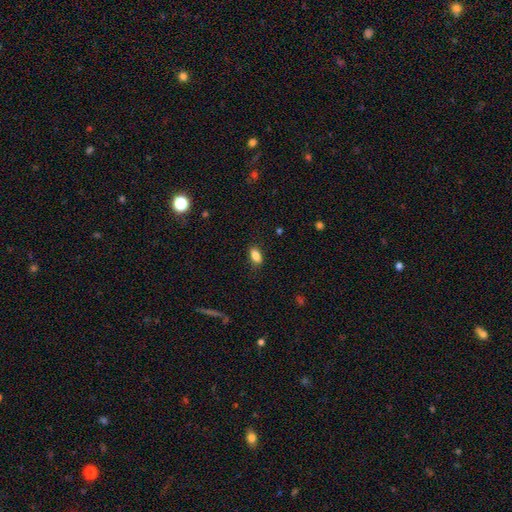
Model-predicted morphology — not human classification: Overall: smooth (85%). How rounded: in between (88%). Merging: none (83%).